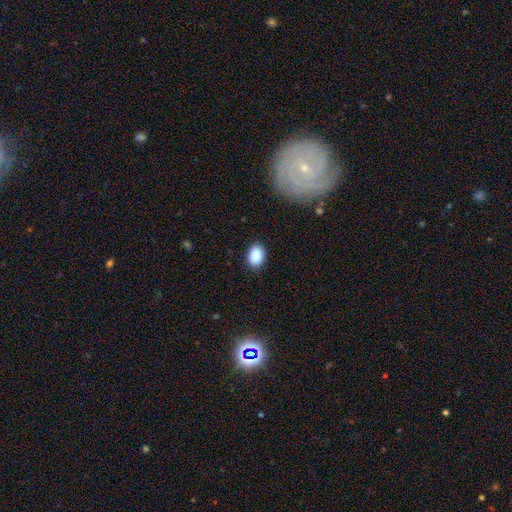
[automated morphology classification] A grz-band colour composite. It shows a smooth galaxy with no disk features (90%) that is in between round and cigar-shaped (80%). Merging: none (87%).